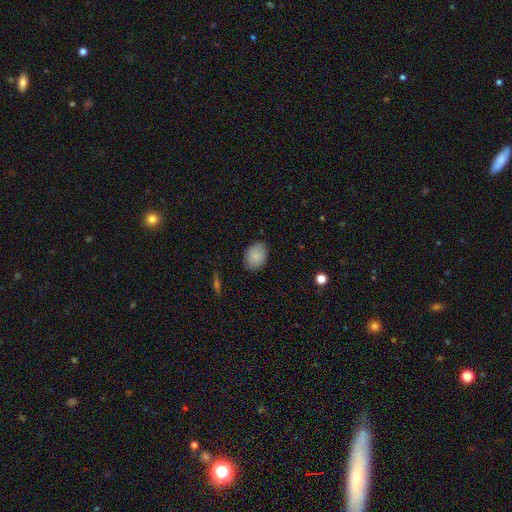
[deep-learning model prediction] Smooth or featured? smooth (85%)
How rounded? in between (71%)
Merging? none (85%)